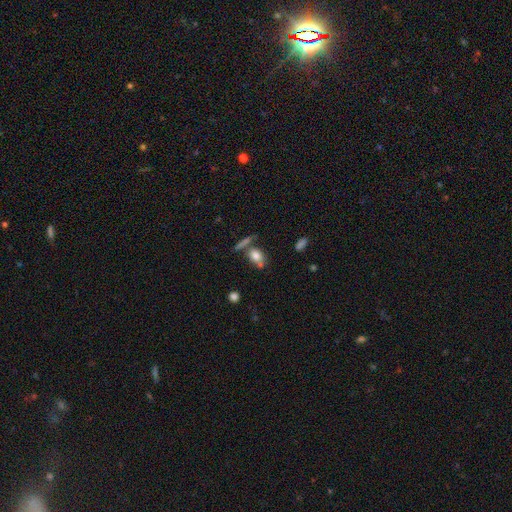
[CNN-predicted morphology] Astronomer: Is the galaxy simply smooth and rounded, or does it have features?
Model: smooth — 77%.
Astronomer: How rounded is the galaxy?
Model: in between — 63%.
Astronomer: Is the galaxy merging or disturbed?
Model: none — 56%.